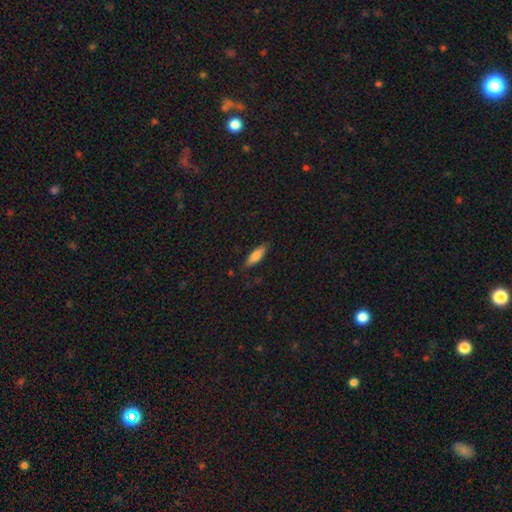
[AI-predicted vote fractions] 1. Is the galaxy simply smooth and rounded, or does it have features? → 77% smooth, 17% featured or disk, 6% star or artifact.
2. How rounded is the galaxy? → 56% cigar-shaped, 42% in between, 2% round.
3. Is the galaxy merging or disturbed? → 81% none, 14% minor disturbance, 3% major disturbance, 1% merger.